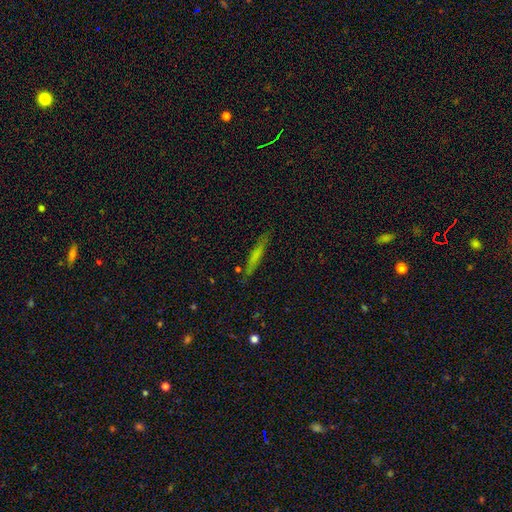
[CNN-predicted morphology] Overall: smooth (61%; featured or disk 31%). How rounded: cigar-shaped (93%). Merging: none (83%).